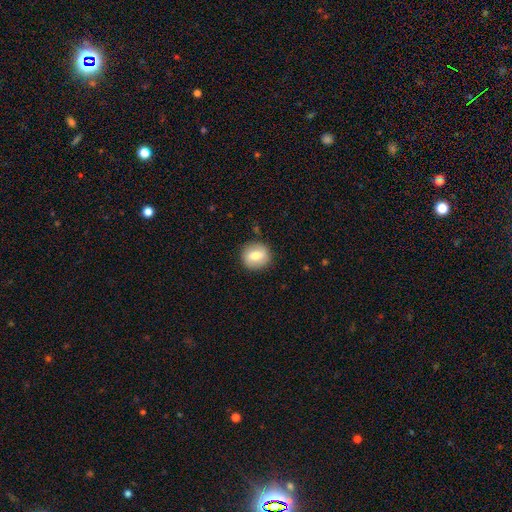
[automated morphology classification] Smooth or featured? Predicted: smooth (p=0.68). How rounded? Predicted: round (p=0.85). Merging? Predicted: none (p=0.87).